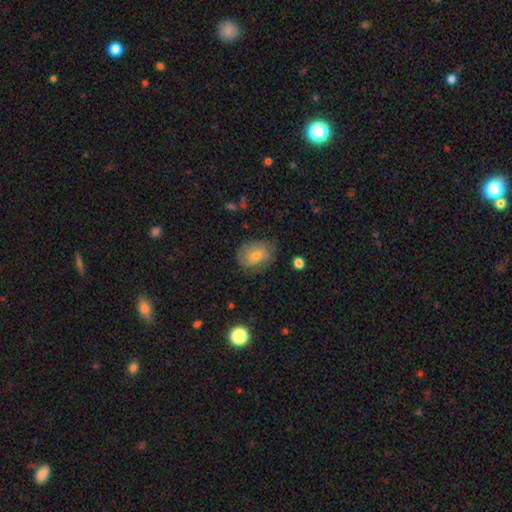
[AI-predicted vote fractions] This appears to be a featured or disk galaxy (46%). Merging: none (73%).